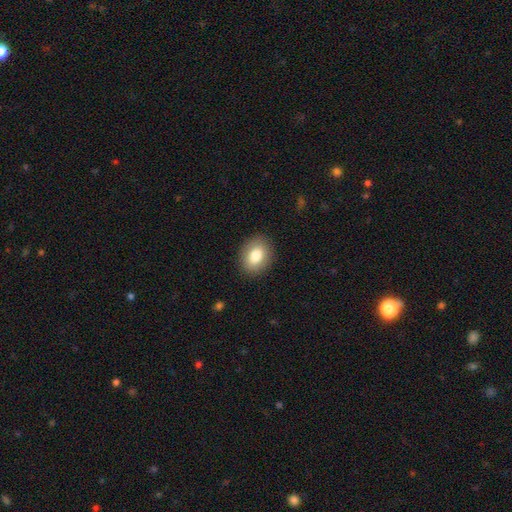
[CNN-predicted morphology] Q: Smooth or featured?
A: smooth (80%); runner-up: featured or disk (12%)
Q: How rounded?
A: in between (60%); runner-up: round (39%)
Q: Merging?
A: none (88%); runner-up: minor disturbance (8%)